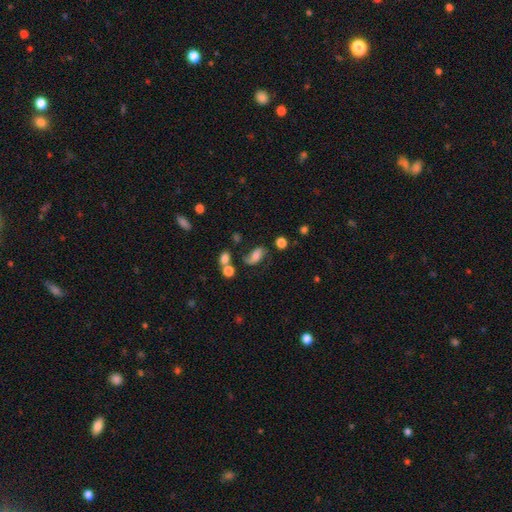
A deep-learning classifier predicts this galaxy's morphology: Smooth or featured?
  - featured or disk: 55% *
  - smooth: 33%
  - star or artifact: 11%
Edge-on disk?
  - no: 96% *
  - yes: 4%
Bar?
  - no: 58% *
  - weak: 31%
  - strong: 11%
Spiral arms?
  - yes: 88% *
  - no: 12%
Bulge size?
  - moderate: 49% *
  - small: 27%
  - large: 14%
  - none: 8%
  - dominant: 3%
Merging?
  - none: 57% *
  - minor disturbance: 21%
  - major disturbance: 13%
  - merger: 9%